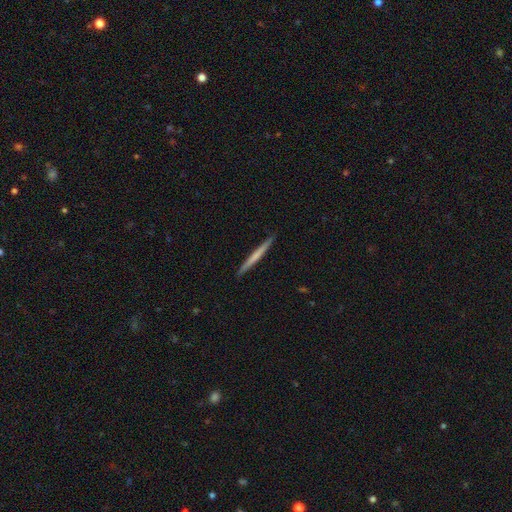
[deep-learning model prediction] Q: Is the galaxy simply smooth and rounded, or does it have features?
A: smooth — 54%.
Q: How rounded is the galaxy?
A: cigar-shaped — 97%.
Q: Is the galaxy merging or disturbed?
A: none — 92%.